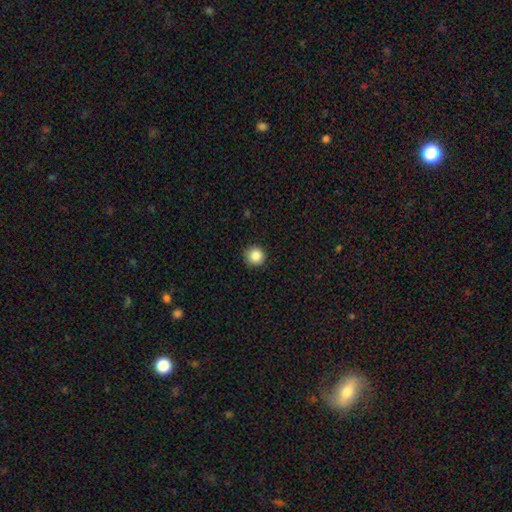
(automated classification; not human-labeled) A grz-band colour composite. It shows a smooth galaxy with no disk features (87%) that is round (95%). Merging: none (90%).